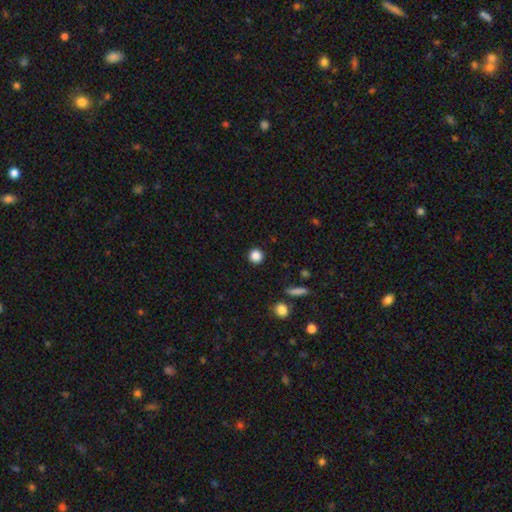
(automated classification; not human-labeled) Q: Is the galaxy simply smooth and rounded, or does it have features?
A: smooth — 86%.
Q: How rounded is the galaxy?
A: round — 94%.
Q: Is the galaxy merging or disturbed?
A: none — 92%.